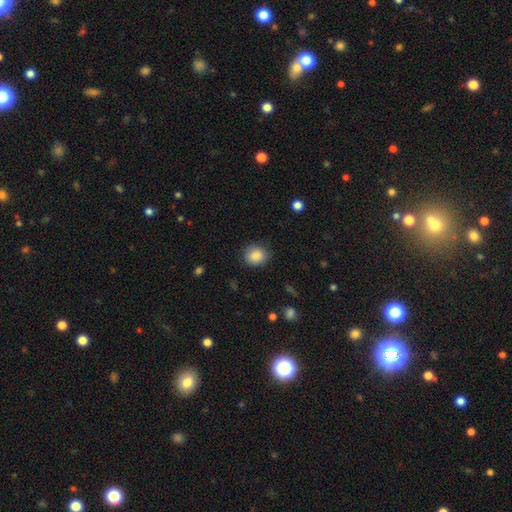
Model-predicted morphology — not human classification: Smooth or featured? smooth (87%)
How rounded? round (79%)
Merging? none (84%)